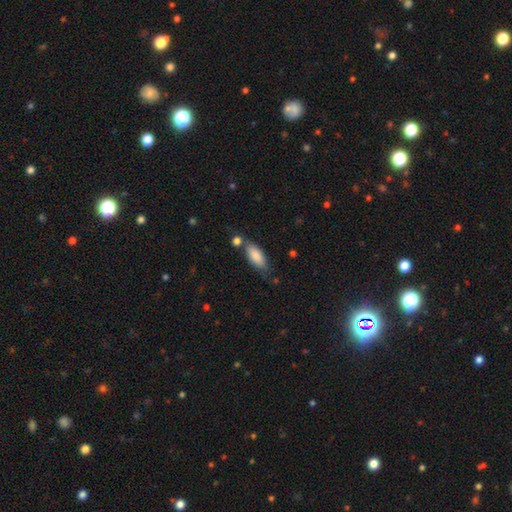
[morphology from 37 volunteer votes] This is clearly a smooth galaxy (84%). How rounded: likely in between (68%). Merging: possibly none (54%).